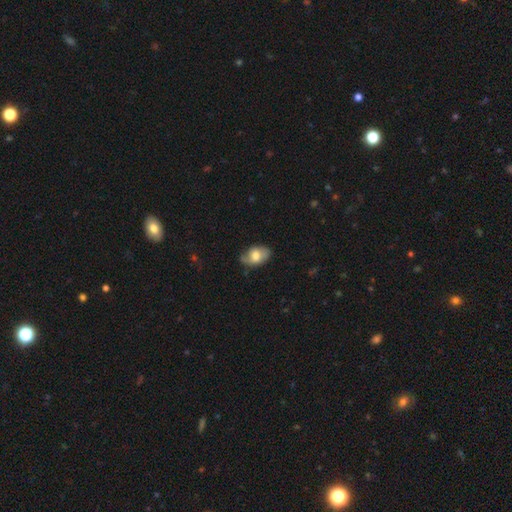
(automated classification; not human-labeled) Smooth or featured?
  - smooth: 66% *
  - featured or disk: 27%
  - star or artifact: 7%
How rounded?
  - in between: 87% *
  - round: 12%
  - cigar-shaped: 1%
Merging?
  - none: 55% *
  - minor disturbance: 33%
  - major disturbance: 10%
  - merger: 2%